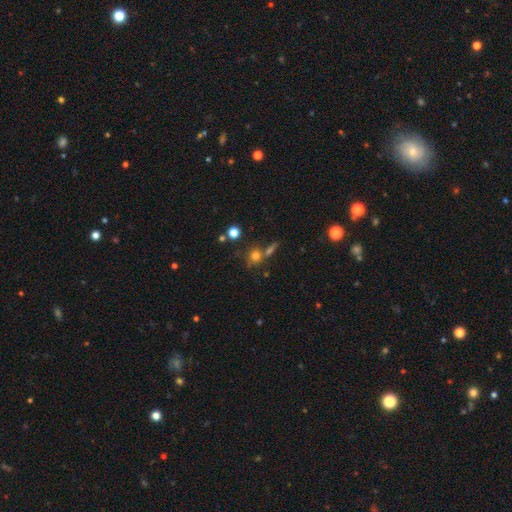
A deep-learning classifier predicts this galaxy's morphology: This appears to be a smooth galaxy with no disk features (71%) that is round (81%). Merging: none (61%).